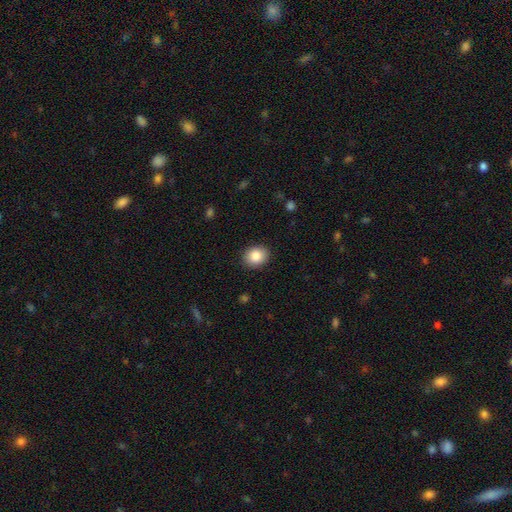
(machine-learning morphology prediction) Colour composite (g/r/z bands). It shows a smooth galaxy with no disk features (86%) that is round (56%). Merging: none (90%).